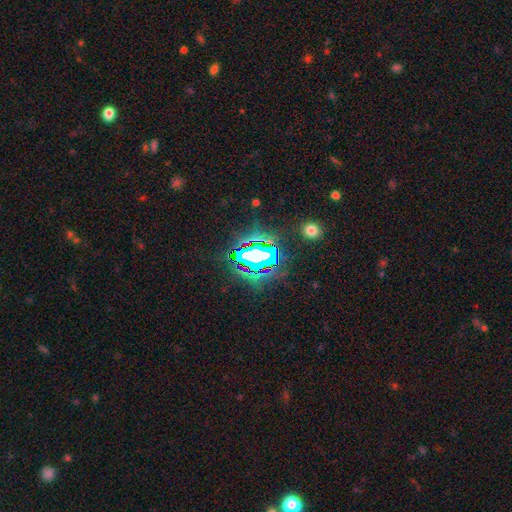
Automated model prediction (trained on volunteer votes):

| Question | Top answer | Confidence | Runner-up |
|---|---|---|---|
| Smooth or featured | star or artifact | 67% | smooth (16%) |